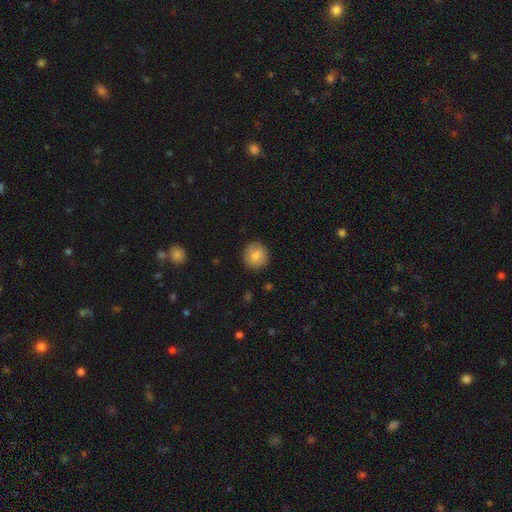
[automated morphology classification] Smooth or featured: smooth — 83% (featured or disk — 9%)
How rounded: round — 93% (in between — 6%)
Merging: none — 89% (minor disturbance — 8%)